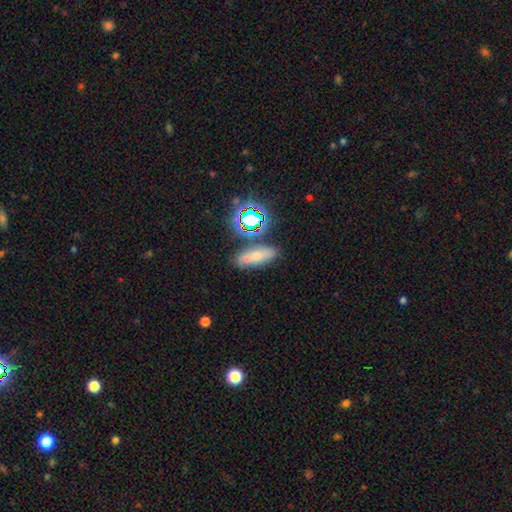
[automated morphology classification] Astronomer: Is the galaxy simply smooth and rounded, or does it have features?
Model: smooth — 56%.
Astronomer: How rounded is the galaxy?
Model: in between — 59%.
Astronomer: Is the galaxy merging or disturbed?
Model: none — 68%.